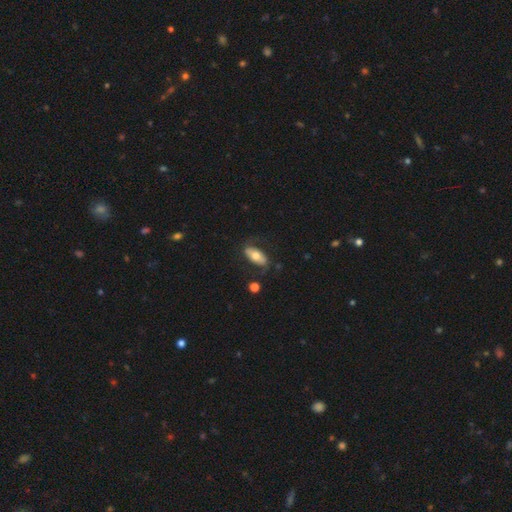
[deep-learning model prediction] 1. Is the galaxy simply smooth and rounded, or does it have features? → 53% smooth, 41% featured or disk, 6% star or artifact.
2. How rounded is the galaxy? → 86% in between, 11% cigar-shaped, 3% round.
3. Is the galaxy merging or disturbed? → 66% none, 19% minor disturbance, 12% major disturbance, 3% merger.